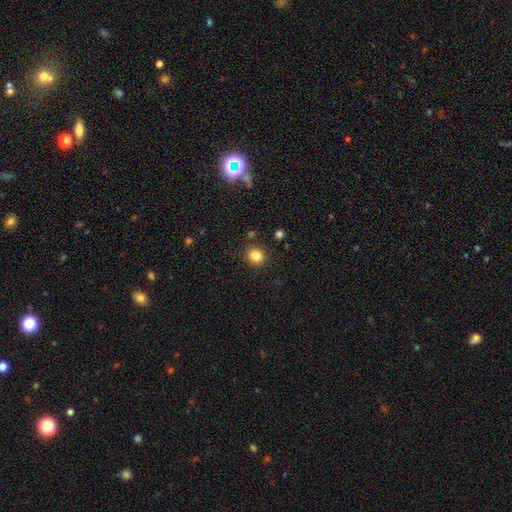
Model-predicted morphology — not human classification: A smooth galaxy with no disk features (83%) that is round (87%).

Vote fractions:
- Smooth or featured? smooth: 83% / star or artifact: 12% / featured or disk: 5%
- How rounded? round: 87% / in between: 12% / cigar-shaped: 1%
- Merging? none: 89% / minor disturbance: 6% / merger: 2% / major disturbance: 2%